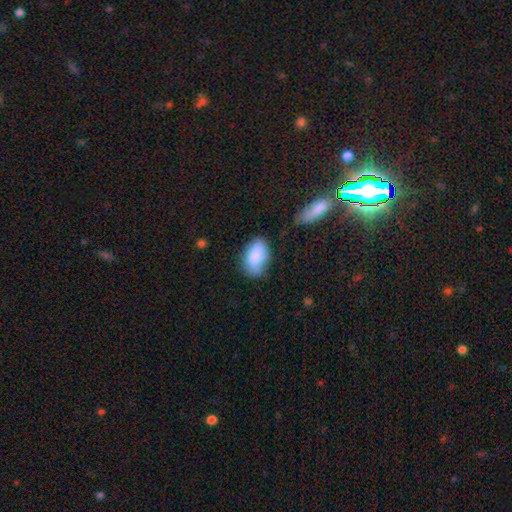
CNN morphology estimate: This appears to be a smooth galaxy with no disk features (84%) that is in between round and cigar-shaped (90%). Merging: none (57%).